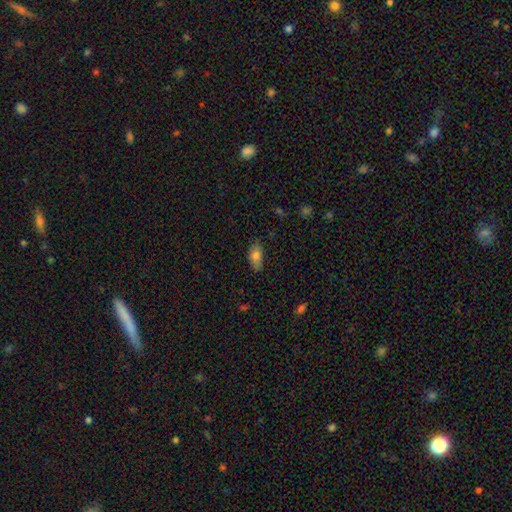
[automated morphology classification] A smooth galaxy with no disk features (79%) that is in between round and cigar-shaped (89%).

Vote fractions:
- Smooth or featured? smooth: 79% / featured or disk: 12% / star or artifact: 8%
- How rounded? in between: 89% / cigar-shaped: 7% / round: 4%
- Merging? none: 73% / minor disturbance: 21% / major disturbance: 4% / merger: 2%